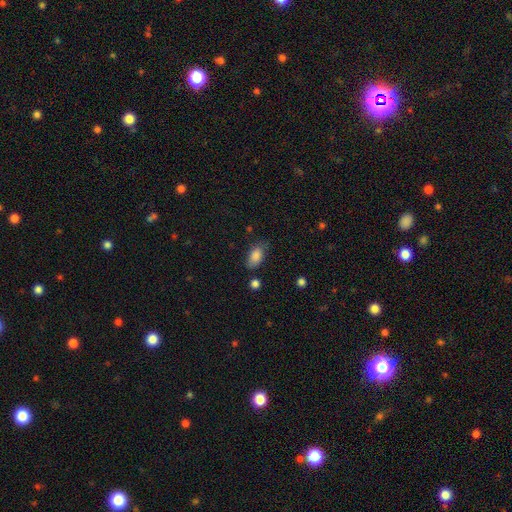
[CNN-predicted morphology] Overall: smooth (85%). How rounded: in between (91%). Merging: none (70%).